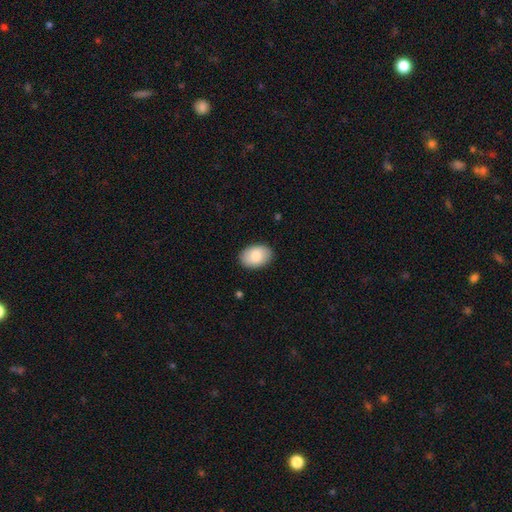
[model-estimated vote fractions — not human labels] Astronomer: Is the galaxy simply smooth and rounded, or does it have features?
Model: smooth — 80%.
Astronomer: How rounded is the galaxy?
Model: in between — 85%.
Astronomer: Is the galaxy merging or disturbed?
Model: none — 88%.